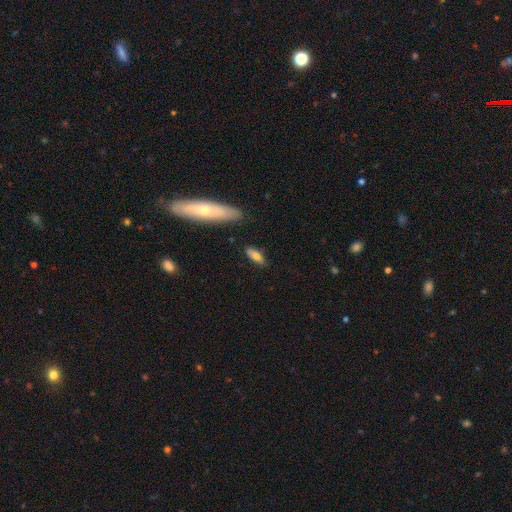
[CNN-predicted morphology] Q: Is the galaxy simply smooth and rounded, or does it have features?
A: smooth — 73%.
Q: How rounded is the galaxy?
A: in between — 62%.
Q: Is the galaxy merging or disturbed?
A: none — 81%.